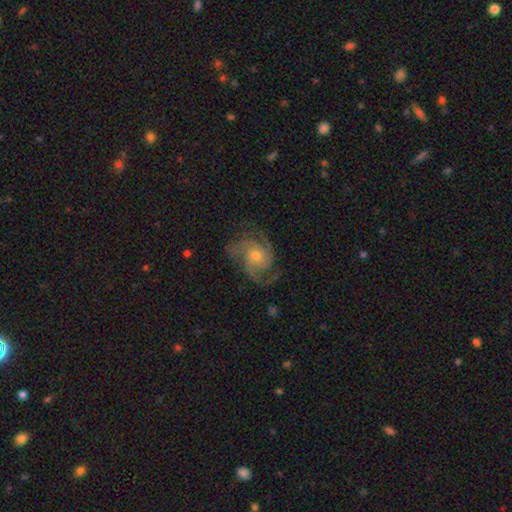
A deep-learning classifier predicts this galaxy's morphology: Smooth or featured: featured or disk — 87% (smooth — 7%)
Edge-on disk: no — 98% (yes — 2%)
Bar: no — 77% (weak — 19%)
Spiral arms: yes — 97% (no — 3%)
Spiral winding: medium — 49% (tight — 38%)
Spiral arm count: 3 — 54% (2 — 15%)
Bulge size: moderate — 52% (small — 43%)
Merging: none — 70% (minor disturbance — 18%)